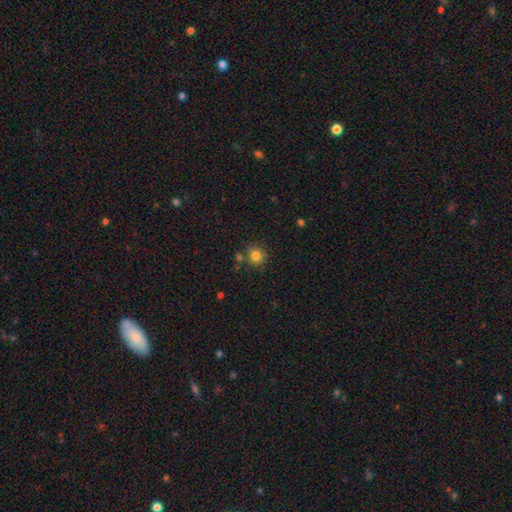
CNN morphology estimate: Smooth or featured? Predicted: smooth (p=0.82). How rounded? Predicted: round (p=0.89). Merging? Predicted: none (p=0.75).